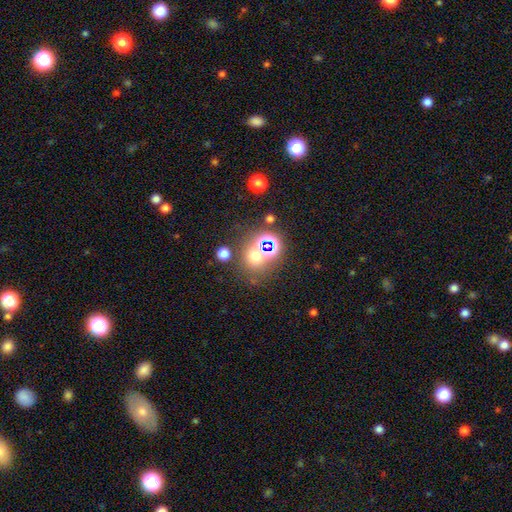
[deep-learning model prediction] smooth_or_featured: smooth (p=0.52) [alt: star or artifact p=0.38]
how_rounded: round (p=0.79) [alt: in between p=0.20]
merging: none (p=0.66) [alt: merger p=0.19]